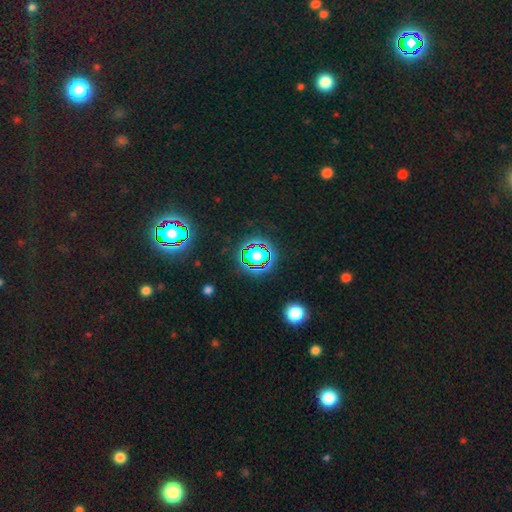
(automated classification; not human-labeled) Q: Smooth or featured?
A: star or artifact (65%); runner-up: smooth (22%)